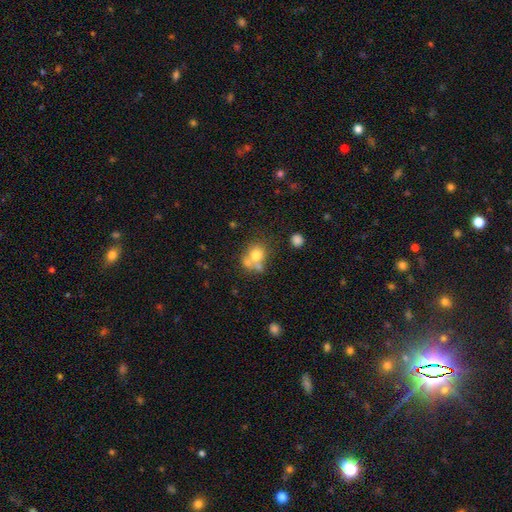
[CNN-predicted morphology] type=smooth (70%); roundness=round (70%); merging=merger (42%).